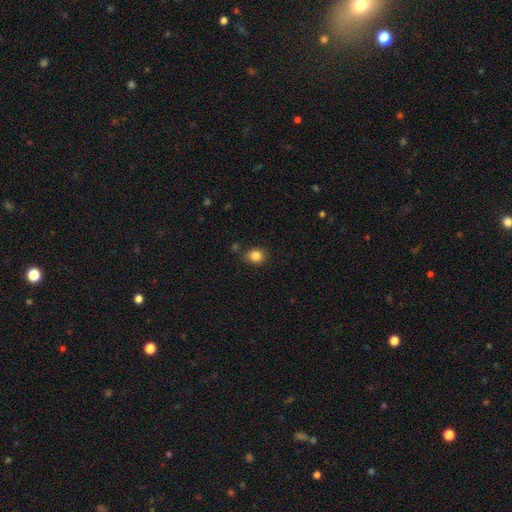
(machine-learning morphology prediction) Q: Smooth or featured?
A: smooth (84%); runner-up: star or artifact (11%)
Q: How rounded?
A: round (68%); runner-up: in between (31%)
Q: Merging?
A: none (78%); runner-up: minor disturbance (15%)